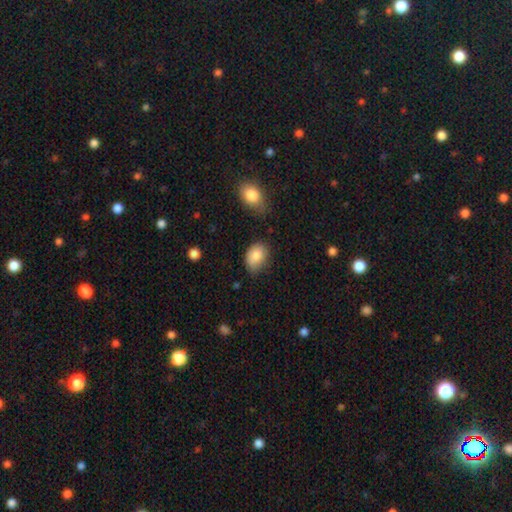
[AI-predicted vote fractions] Q: Smooth or featured?
A: smooth (85%); runner-up: featured or disk (8%)
Q: How rounded?
A: in between (82%); runner-up: round (17%)
Q: Merging?
A: none (63%); runner-up: minor disturbance (29%)